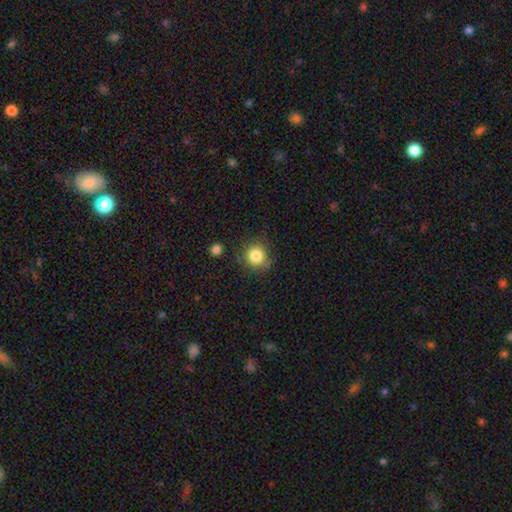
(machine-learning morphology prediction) This is clearly a smooth galaxy (83%). How rounded: clearly round (91%). Merging: likely none (78%).